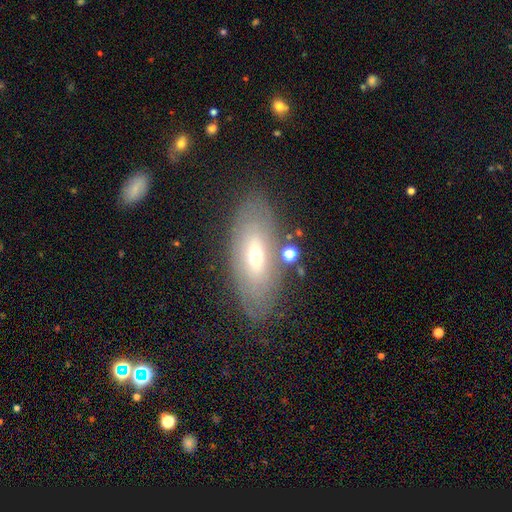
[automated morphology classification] A featured or disk galaxy (48%).

Vote fractions:
- Smooth or featured? featured or disk: 48% / smooth: 42% / star or artifact: 10%
- Merging? none: 77% / minor disturbance: 14% / major disturbance: 6% / merger: 4%